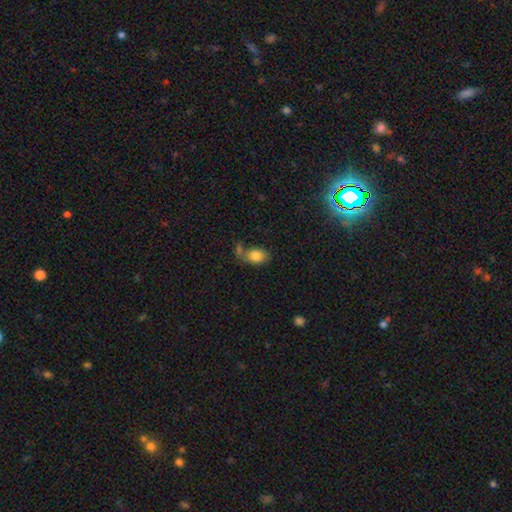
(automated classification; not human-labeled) A smooth galaxy with no disk features (81%) that is in between round and cigar-shaped (78%). Merging: none (41%).